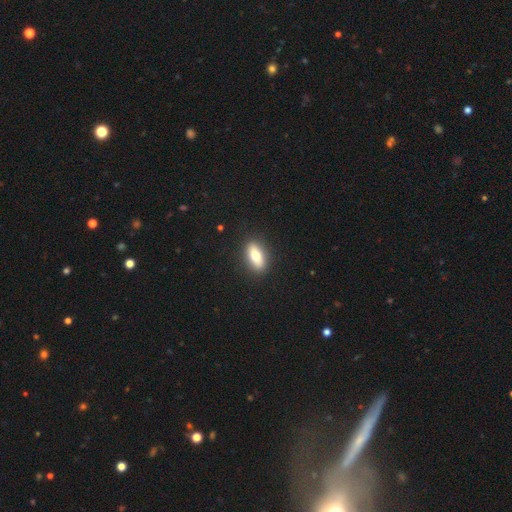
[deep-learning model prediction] smooth-or-featured: smooth: 71% | featured or disk: 23% | star or artifact: 7%
  how-rounded: in between: 74% | cigar-shaped: 21% | round: 4%
  merging: none: 89% | minor disturbance: 8% | major disturbance: 2% | merger: 1%